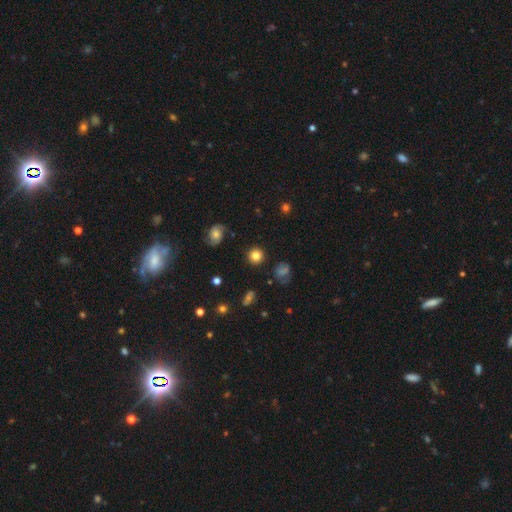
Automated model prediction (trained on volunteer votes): This is likely a smooth galaxy (79%). How rounded: clearly round (91%). Merging: clearly none (87%).